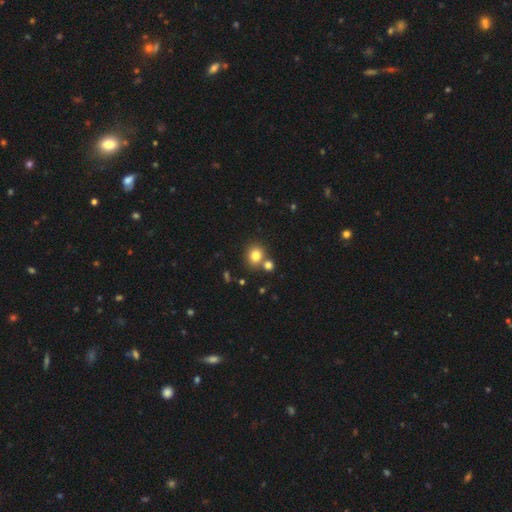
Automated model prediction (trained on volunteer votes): The model was most divided on "merging": none: 66%, merger: 23%, minor disturbance: 8%, major disturbance: 3%. More confident: smooth or featured — smooth (80%); how rounded — round (77%).